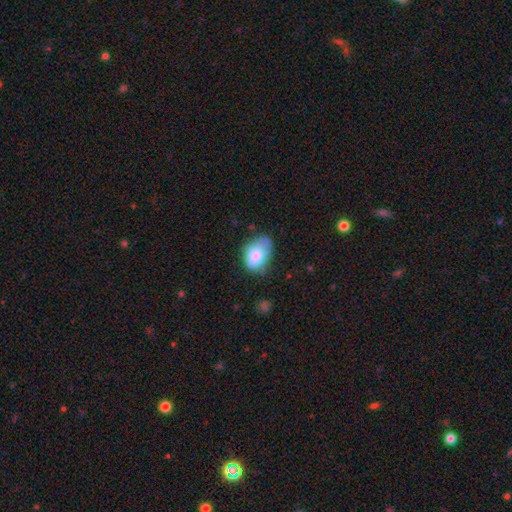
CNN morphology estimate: Smooth or featured: smooth — 76% (featured or disk — 16%)
How rounded: in between — 80% (round — 19%)
Merging: none — 47% (minor disturbance — 37%)